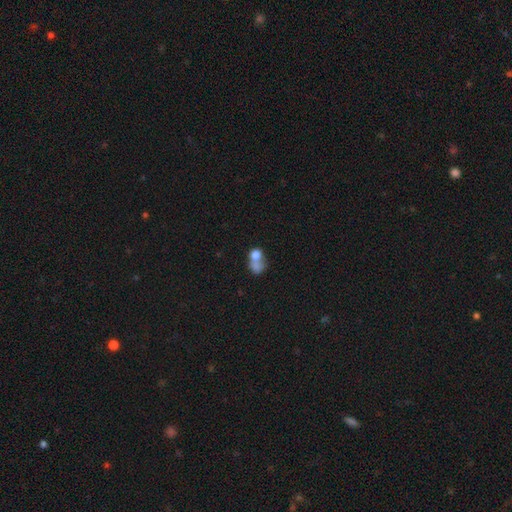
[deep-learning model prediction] Overall: smooth (73%). How rounded: round (60%; in between 39%). Merging: merger (60%; none 22%).